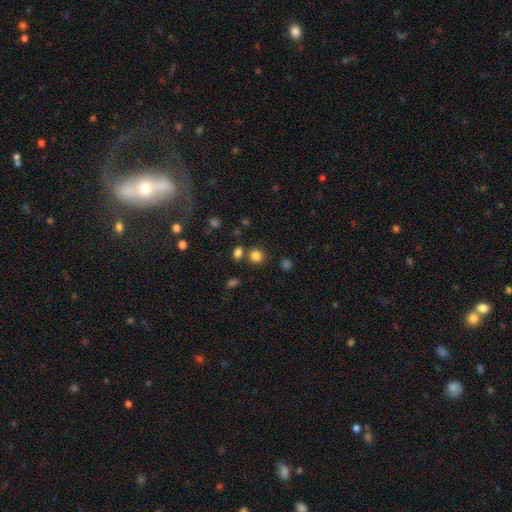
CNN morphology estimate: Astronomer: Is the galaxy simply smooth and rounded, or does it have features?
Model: smooth — 82%.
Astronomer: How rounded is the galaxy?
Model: round — 83%.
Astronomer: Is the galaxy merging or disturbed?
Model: none — 75%.